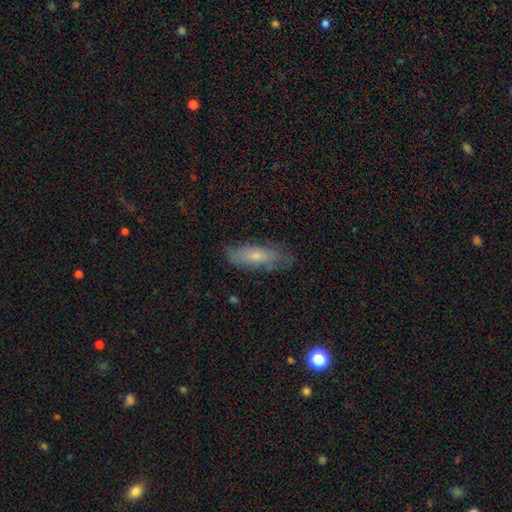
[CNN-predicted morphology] Overall: smooth (64%; featured or disk 29%). How rounded: in between (54%; cigar-shaped 44%). Merging: none (74%).